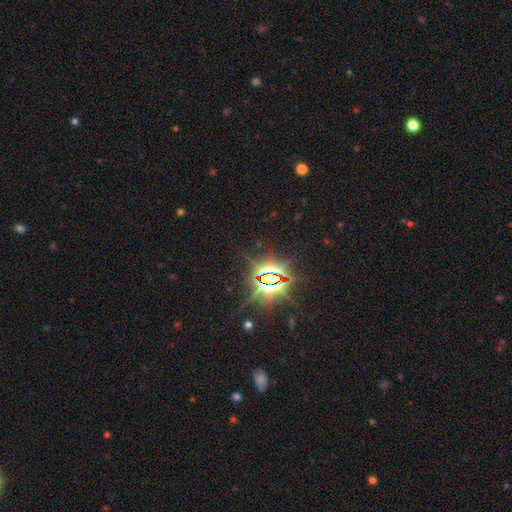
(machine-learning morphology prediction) Smooth or featured? Predicted: star or artifact (p=0.87).